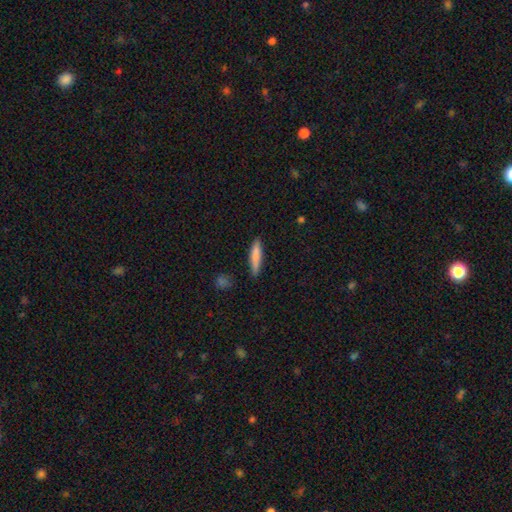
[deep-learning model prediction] Smooth or featured?
  - smooth: 80% *
  - featured or disk: 14%
  - star or artifact: 6%
How rounded?
  - cigar-shaped: 85% *
  - in between: 14%
  - round: 2%
Merging?
  - none: 85% *
  - minor disturbance: 11%
  - major disturbance: 2%
  - merger: 2%